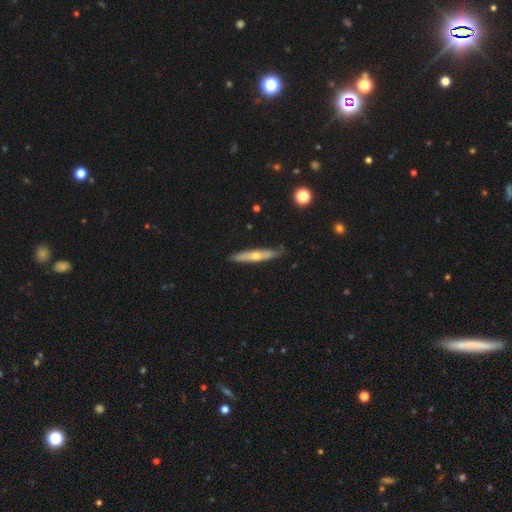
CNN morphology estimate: type=featured or disk (54%); edge-on=yes (88%); merging=none (82%).